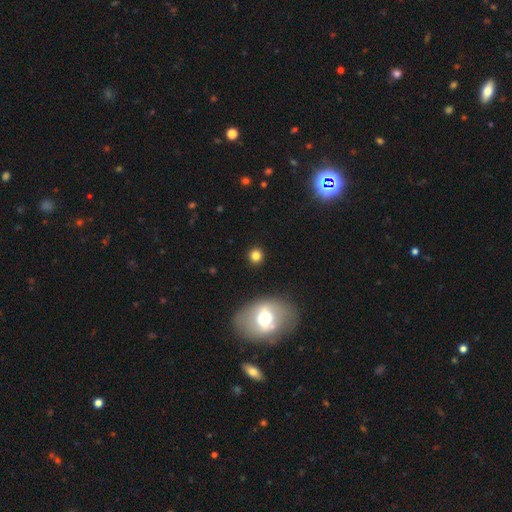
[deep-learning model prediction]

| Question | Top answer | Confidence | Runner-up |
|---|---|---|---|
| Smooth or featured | smooth | 80% | star or artifact (12%) |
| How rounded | round | 89% | in between (10%) |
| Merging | none | 88% | minor disturbance (7%) |